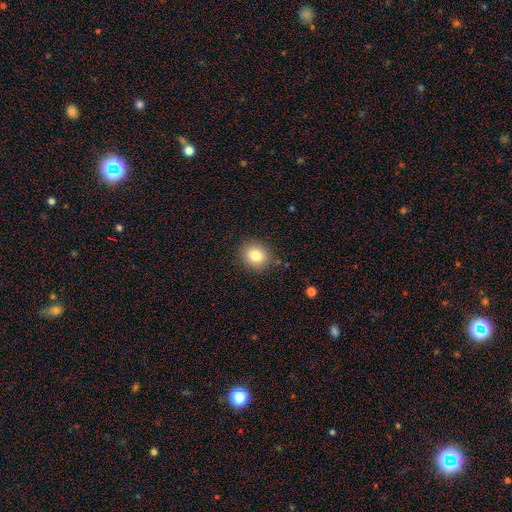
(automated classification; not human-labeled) smooth-or-featured: smooth: 82% | star or artifact: 10% | featured or disk: 8%
  how-rounded: round: 65% | in between: 34% | cigar-shaped: 1%
  merging: none: 86% | minor disturbance: 9% | major disturbance: 3% | merger: 1%